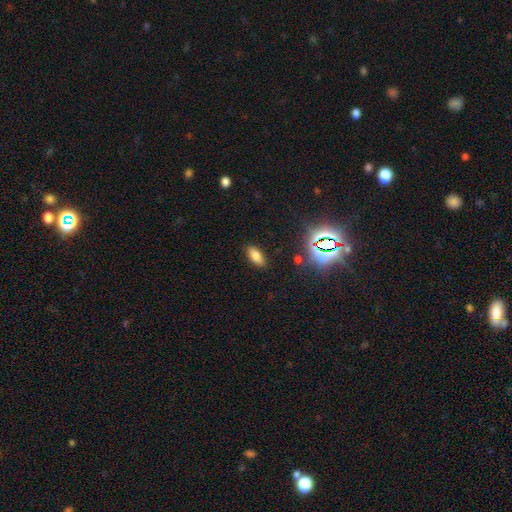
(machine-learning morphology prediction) type=smooth (74%); roundness=in between (86%); merging=none (88%).